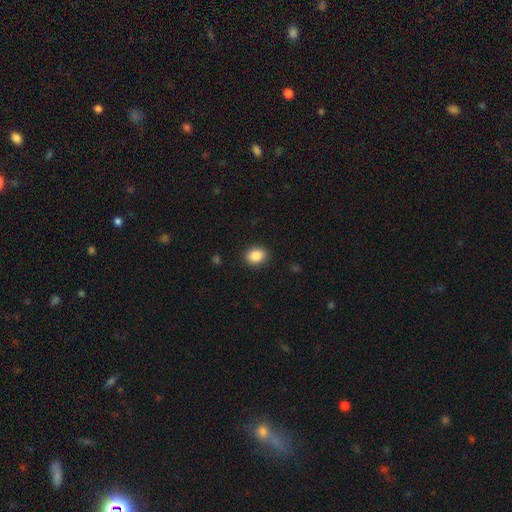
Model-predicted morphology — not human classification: This appears to be a smooth galaxy with no disk features (87%) that is round (50%). Merging: none (90%).